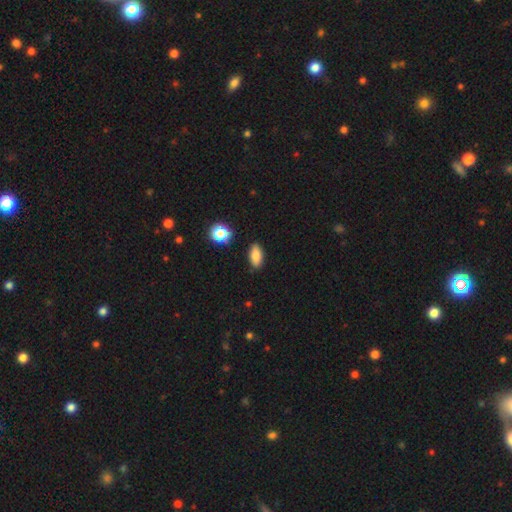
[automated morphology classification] Smooth or featured? Predicted: smooth (p=0.82). How rounded? Predicted: in between (p=0.86). Merging? Predicted: none (p=0.85).